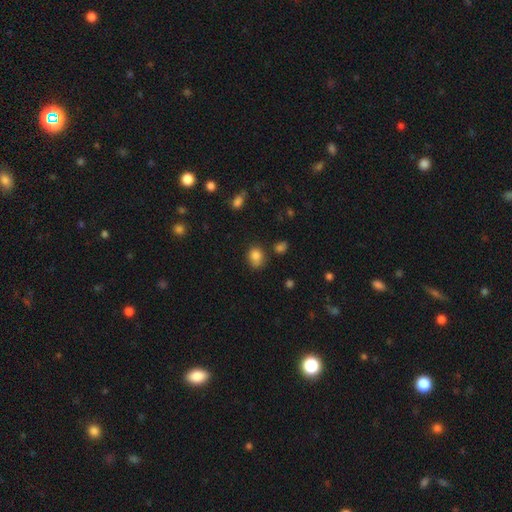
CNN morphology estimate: smooth-or-featured: smooth: 82% | star or artifact: 11% | featured or disk: 7%
  how-rounded: round: 56% | in between: 43% | cigar-shaped: 1%
  merging: none: 61% | minor disturbance: 27% | major disturbance: 7% | merger: 6%